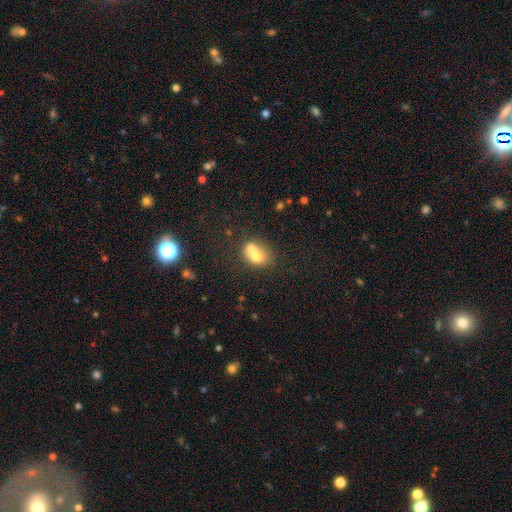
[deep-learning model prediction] Smooth or featured? smooth (67%)
How rounded? in between (55%)
Merging? merger (62%)